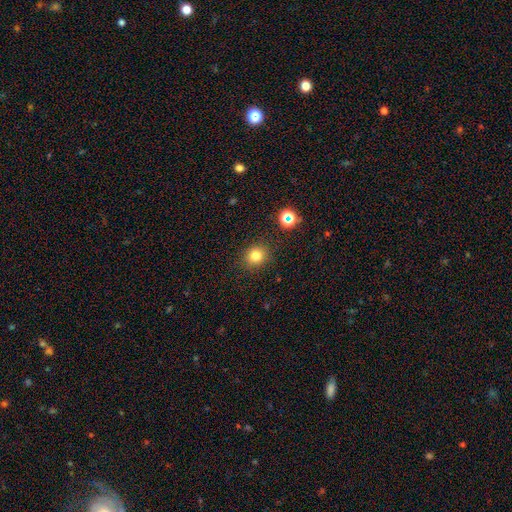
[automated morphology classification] Smooth or featured? Predicted: smooth (p=0.78). How rounded? Predicted: round (p=0.84). Merging? Predicted: none (p=0.88).